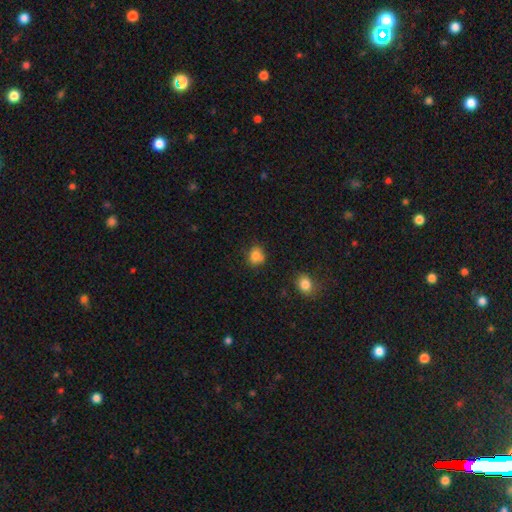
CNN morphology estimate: Smooth or featured? Predicted: smooth (p=0.81). How rounded? Predicted: round (p=0.60). Merging? Predicted: none (p=0.62).